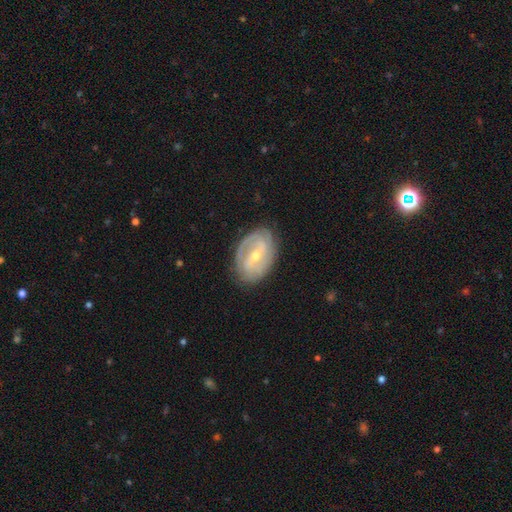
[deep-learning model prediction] Smooth or featured: featured or disk — 83% (smooth — 12%)
Edge-on disk: no — 95% (yes — 5%)
Bar: weak — 44% (strong — 33%)
Spiral arms: yes — 90% (no — 10%)
Spiral winding: tight — 59% (medium — 31%)
Spiral arm count: 2 — 55% (can't tell — 22%)
Bulge size: small — 50% (moderate — 47%)
Merging: none — 78% (minor disturbance — 16%)